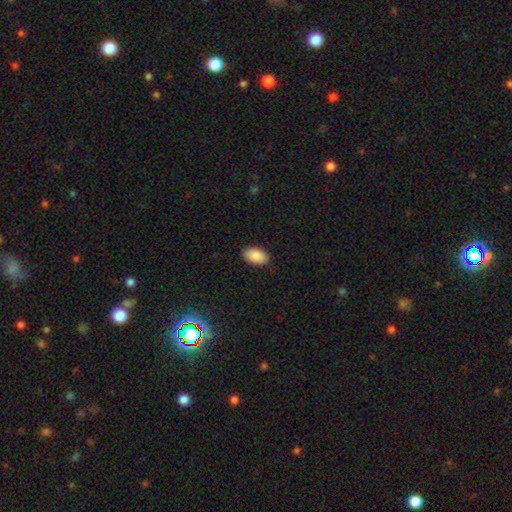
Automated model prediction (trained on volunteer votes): A smooth galaxy with no disk features (90%) that is in between round and cigar-shaped (95%). Merging: none (89%).